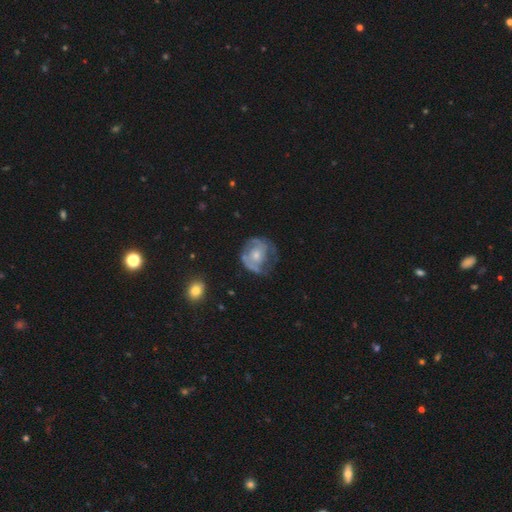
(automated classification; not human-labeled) The model was most divided on "bulge size": moderate: 46%, small: 45%, large: 4%, none: 3%, dominant: 1%. More confident: edge-on disk — no (97%); bar — no (79%); smooth or featured — featured or disk (67%); spiral arms — yes (66%); merging — none (53%).